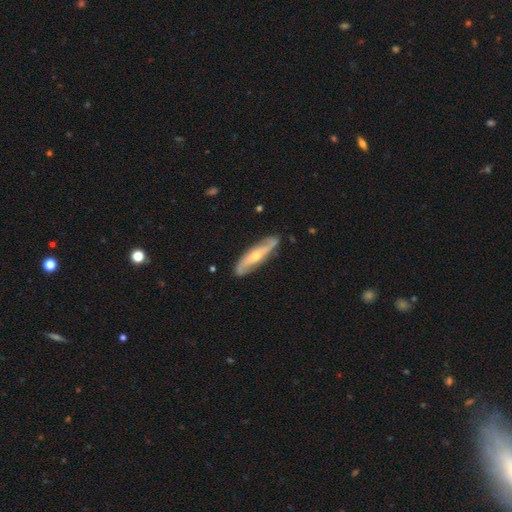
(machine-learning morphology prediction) Smooth or featured? Predicted: featured or disk (p=0.71). Edge-on disk? Predicted: no (p=0.61). Merging? Predicted: none (p=0.83).